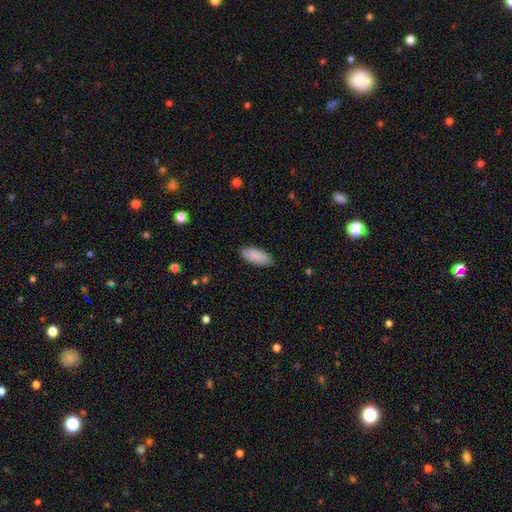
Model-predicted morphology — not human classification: type=smooth (89%); roundness=in between (83%); merging=none (86%).